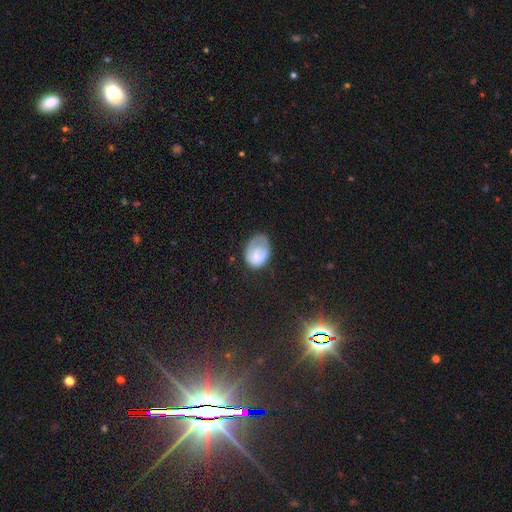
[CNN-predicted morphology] Smooth or featured?
  - smooth: 62% *
  - featured or disk: 29%
  - star or artifact: 9%
How rounded?
  - in between: 69% *
  - round: 30%
  - cigar-shaped: 1%
Merging?
  - none: 38% *
  - minor disturbance: 35%
  - major disturbance: 24%
  - merger: 2%